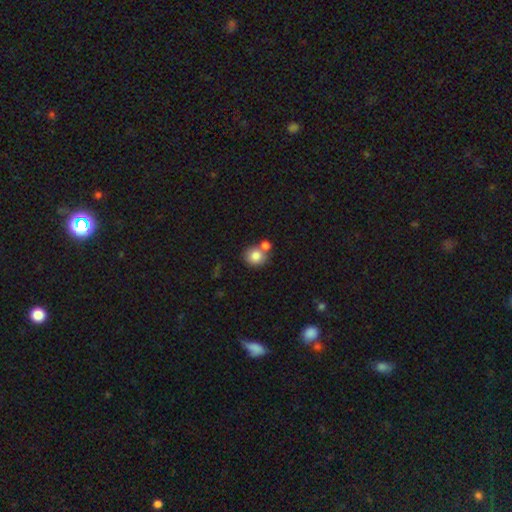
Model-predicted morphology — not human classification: Q: Smooth or featured?
A: smooth (82%); runner-up: featured or disk (9%)
Q: How rounded?
A: round (81%); runner-up: in between (18%)
Q: Merging?
A: none (52%); runner-up: merger (36%)